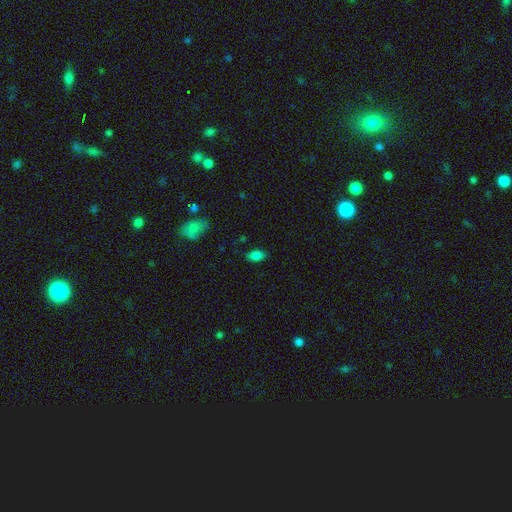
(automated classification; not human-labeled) Smooth or featured: smooth — 83% (star or artifact — 12%)
How rounded: in between — 92% (round — 5%)
Merging: none — 82% (minor disturbance — 13%)